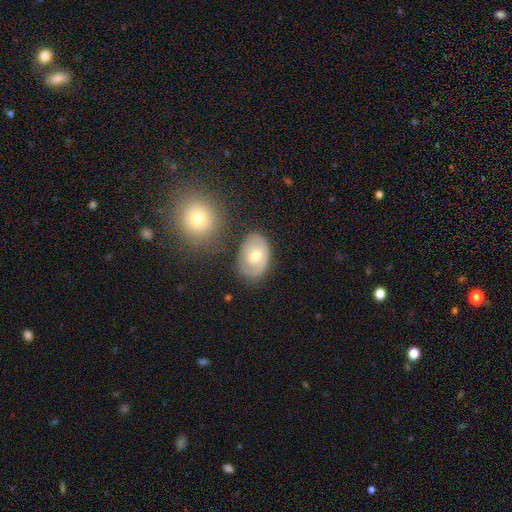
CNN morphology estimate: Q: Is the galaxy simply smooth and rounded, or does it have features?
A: featured or disk — 54%.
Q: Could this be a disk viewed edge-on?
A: no — 94%.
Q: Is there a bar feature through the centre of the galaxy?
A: no — 79%.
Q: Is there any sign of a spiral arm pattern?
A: yes — 57%.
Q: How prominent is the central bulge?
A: moderate — 73%.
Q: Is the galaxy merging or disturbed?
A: none — 70%.